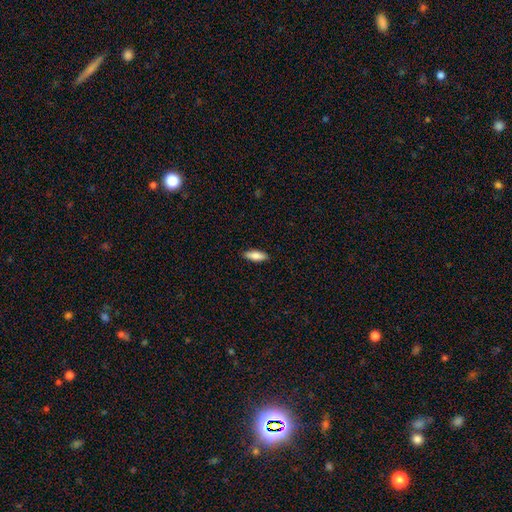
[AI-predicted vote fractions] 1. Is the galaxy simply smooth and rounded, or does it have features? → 84% smooth, 10% featured or disk, 6% star or artifact.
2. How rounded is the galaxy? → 66% in between, 32% cigar-shaped, 2% round.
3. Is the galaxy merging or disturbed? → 88% none, 9% minor disturbance, 2% major disturbance, 1% merger.